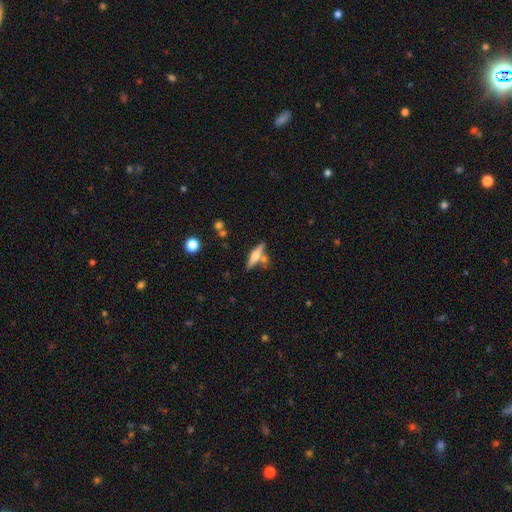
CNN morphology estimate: featured or disk 57%, smooth 36%, star or artifact 8%. Down the decision tree: edge-on disk — yes (94%); edge-on bulge — rounded (89%); merging — none (65%).